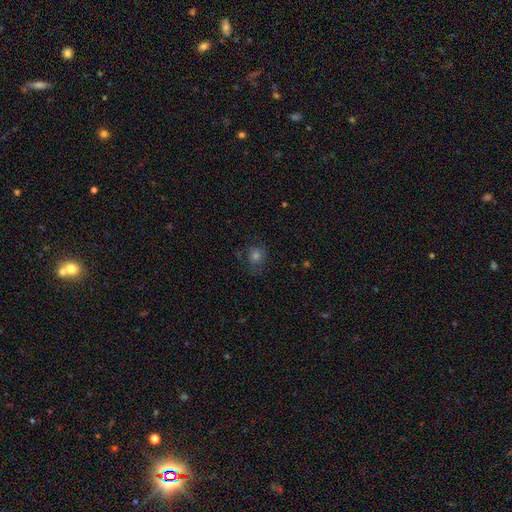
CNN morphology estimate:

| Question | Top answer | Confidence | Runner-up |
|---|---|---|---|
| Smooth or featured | smooth | 57% | star or artifact (24%) |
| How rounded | round | 76% | in between (23%) |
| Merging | none | 71% | minor disturbance (18%) |